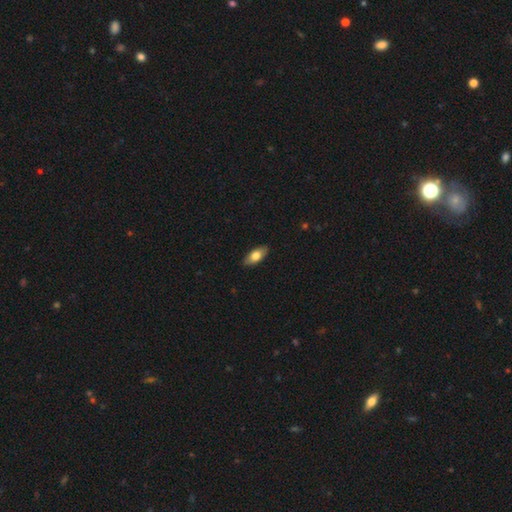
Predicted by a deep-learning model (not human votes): smooth-or-featured: smooth: 73% | featured or disk: 22% | star or artifact: 6%
  how-rounded: in between: 84% | cigar-shaped: 13% | round: 3%
  merging: none: 88% | minor disturbance: 10% | major disturbance: 2% | merger: 1%